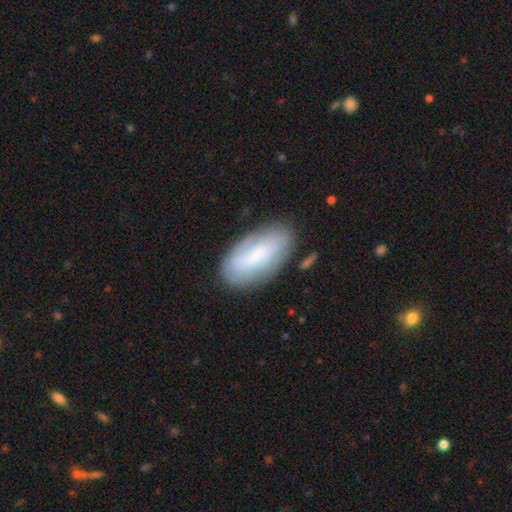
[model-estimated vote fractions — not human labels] Morphology: type=smooth (53%); roundness=in between (91%); merging=none (75%).